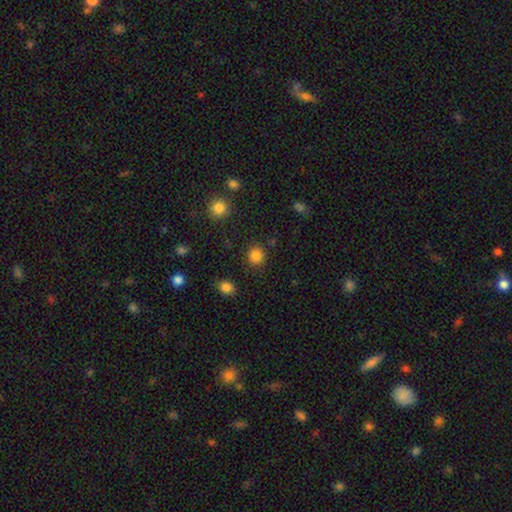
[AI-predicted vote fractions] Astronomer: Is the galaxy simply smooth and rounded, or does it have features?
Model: smooth — 84%.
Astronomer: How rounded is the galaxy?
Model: round — 88%.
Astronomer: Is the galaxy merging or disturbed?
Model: none — 88%.